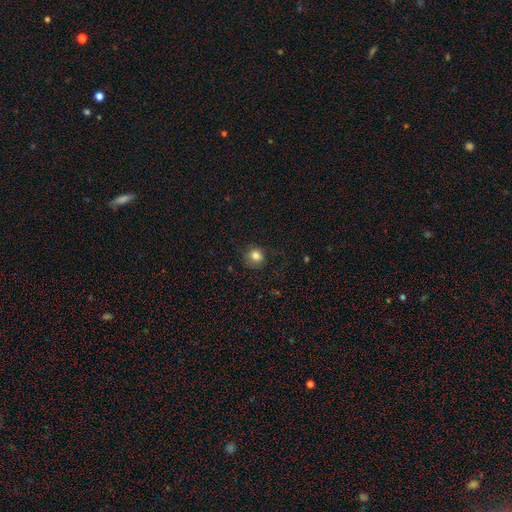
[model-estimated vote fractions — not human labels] smooth-or-featured: smooth: 83% | star or artifact: 11% | featured or disk: 6%
  how-rounded: round: 83% | in between: 16% | cigar-shaped: 1%
  merging: none: 74% | minor disturbance: 17% | major disturbance: 7% | merger: 1%